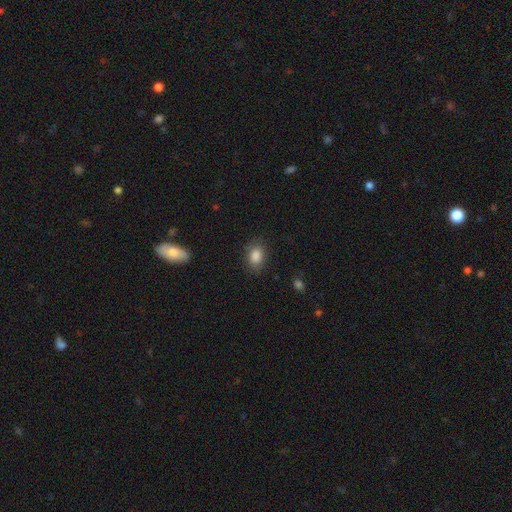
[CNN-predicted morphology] Smooth or featured?
  - smooth: 86% *
  - star or artifact: 9%
  - featured or disk: 5%
How rounded?
  - in between: 72% *
  - round: 27%
  - cigar-shaped: 1%
Merging?
  - none: 81% *
  - minor disturbance: 13%
  - major disturbance: 4%
  - merger: 1%